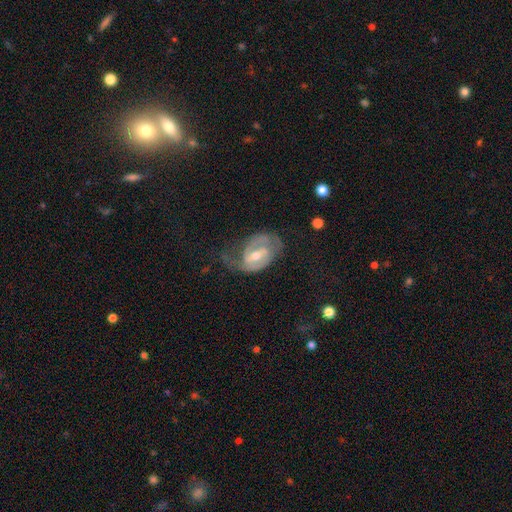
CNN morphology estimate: Q: Smooth or featured?
A: featured or disk (77%); runner-up: smooth (17%)
Q: Edge-on disk?
A: no (96%); runner-up: yes (4%)
Q: Bar?
A: weak (48%); runner-up: strong (29%)
Q: Spiral arms?
A: yes (82%); runner-up: no (18%)
Q: Spiral winding?
A: medium (42%); runner-up: tight (35%)
Q: Spiral arm count?
A: 2 (67%); runner-up: can't tell (17%)
Q: Bulge size?
A: moderate (60%); runner-up: small (36%)
Q: Merging?
A: none (44%); runner-up: major disturbance (27%)